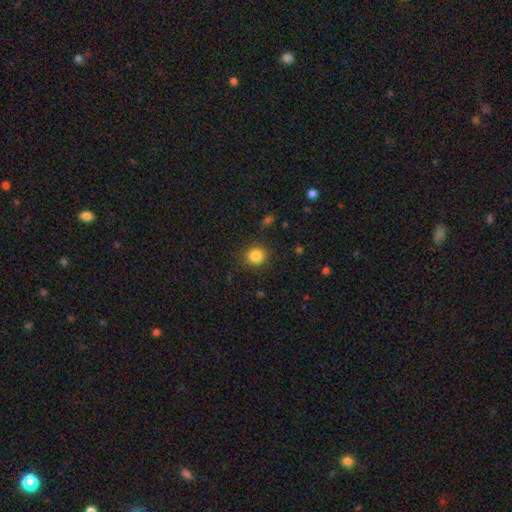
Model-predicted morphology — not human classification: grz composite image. It shows a smooth galaxy with no disk features (85%) that is round (87%). Merging: none (88%).